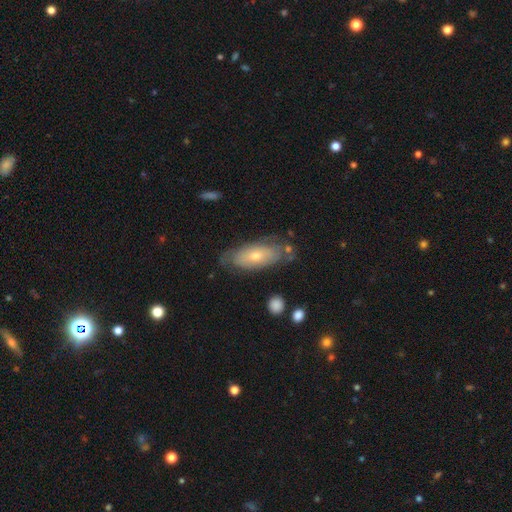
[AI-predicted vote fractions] A featured or disk galaxy (48%). Merging: none (67%).